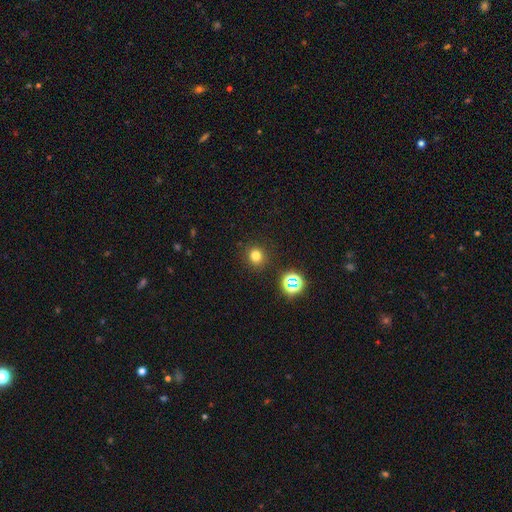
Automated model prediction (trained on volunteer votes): Smooth or featured: smooth — 75% (star or artifact — 19%)
How rounded: round — 89% (in between — 10%)
Merging: none — 89% (minor disturbance — 7%)